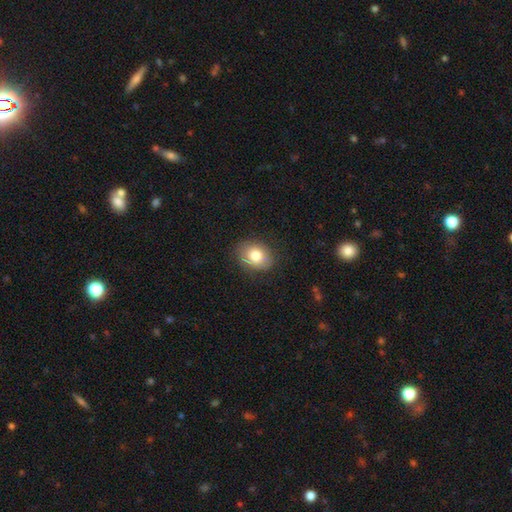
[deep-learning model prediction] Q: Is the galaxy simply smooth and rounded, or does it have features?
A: smooth — 79%.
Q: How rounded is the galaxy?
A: in between — 51%.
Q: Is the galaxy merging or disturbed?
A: none — 80%.